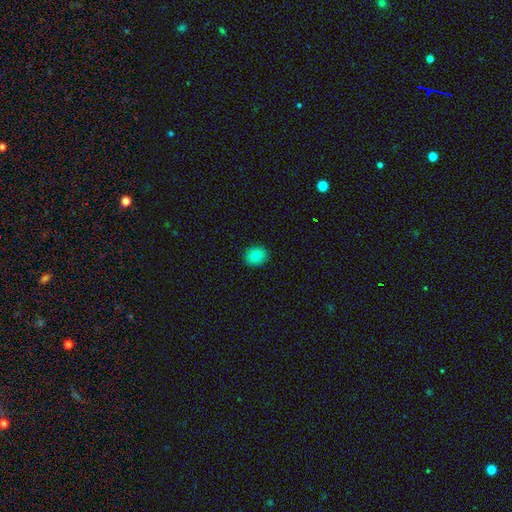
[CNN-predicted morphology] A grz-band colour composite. It shows a smooth galaxy with no disk features (81%) that is round (64%). Merging: none (91%).